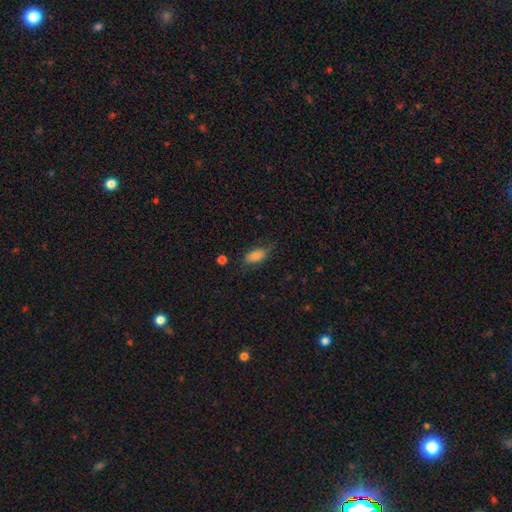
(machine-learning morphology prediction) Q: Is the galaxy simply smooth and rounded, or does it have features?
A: smooth — 78%.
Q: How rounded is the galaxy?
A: in between — 89%.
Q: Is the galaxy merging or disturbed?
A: none — 60%.